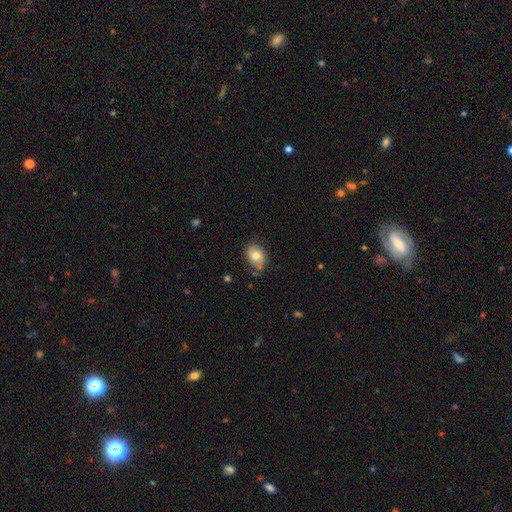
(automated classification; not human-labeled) Smooth or featured: smooth — 74% (featured or disk — 18%)
How rounded: in between — 66% (round — 33%)
Merging: none — 69% (minor disturbance — 22%)